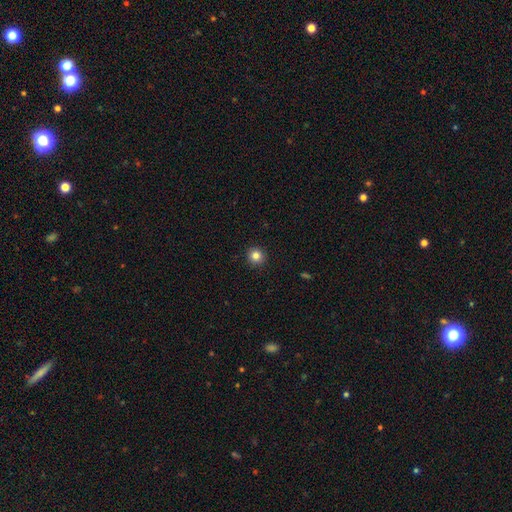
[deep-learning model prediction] smooth_or_featured: smooth (p=0.83) [alt: star or artifact p=0.11]
how_rounded: round (p=0.95) [alt: in between p=0.04]
merging: none (p=0.93) [alt: minor disturbance p=0.05]